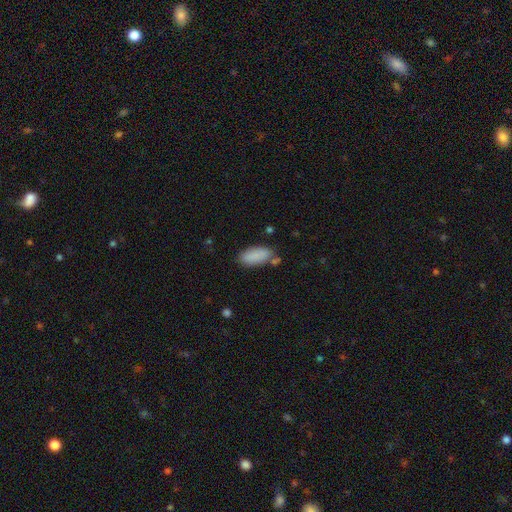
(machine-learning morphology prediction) This is clearly a smooth galaxy (88%). How rounded: clearly in between (87%). Merging: likely none (71%).